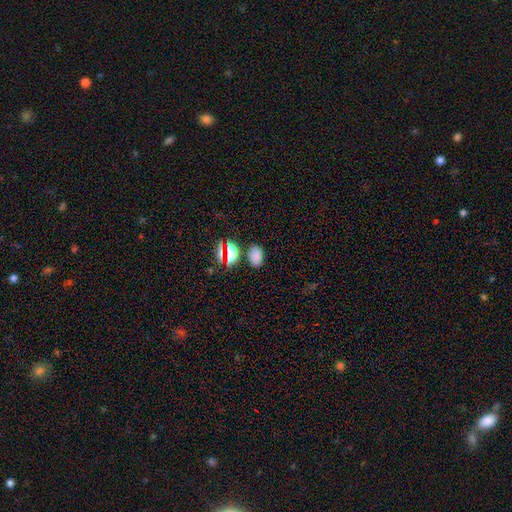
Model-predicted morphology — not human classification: smooth-or-featured: smooth: 74% | star or artifact: 21% | featured or disk: 5%
  how-rounded: in between: 85% | round: 14% | cigar-shaped: 1%
  merging: none: 81% | minor disturbance: 11% | merger: 5% | major disturbance: 3%